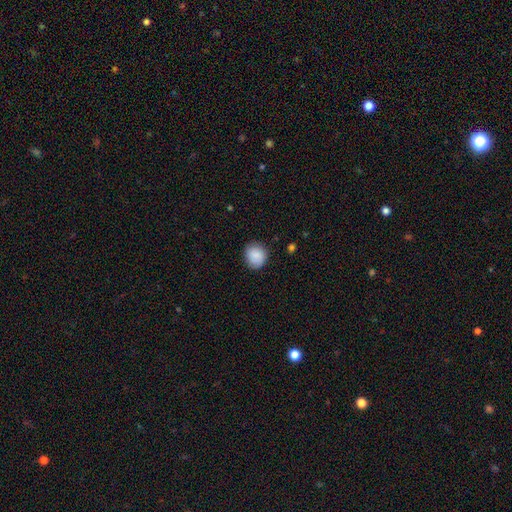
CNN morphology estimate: Smooth or featured? Predicted: smooth (p=0.87). How rounded? Predicted: round (p=0.79). Merging? Predicted: none (p=0.81).